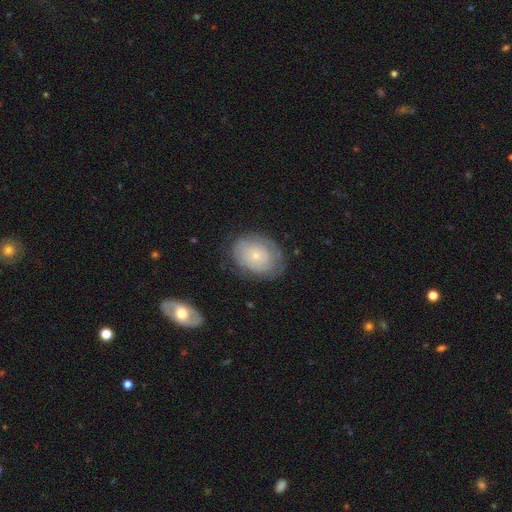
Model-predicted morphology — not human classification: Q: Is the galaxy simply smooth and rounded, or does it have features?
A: smooth — 51%.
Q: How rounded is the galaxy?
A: in between — 68%.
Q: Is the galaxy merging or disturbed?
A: none — 71%.